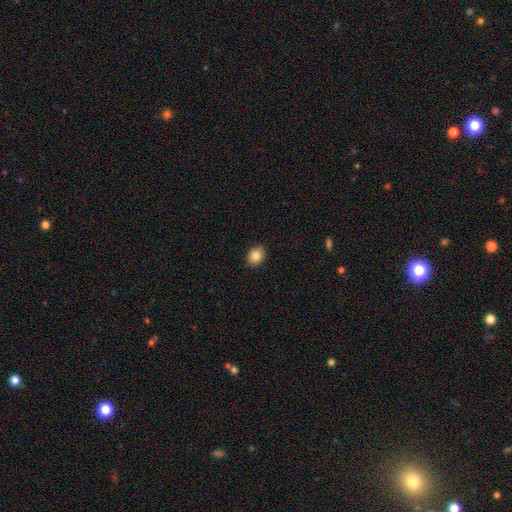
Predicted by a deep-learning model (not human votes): smooth 84%, star or artifact 9%, featured or disk 7%. Down the decision tree: how rounded — in between (59%); merging — none (90%).